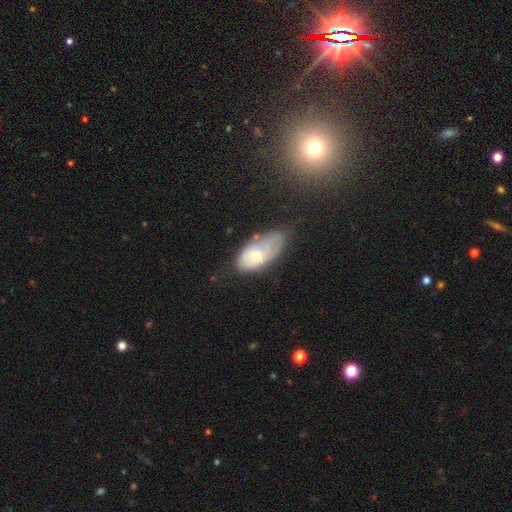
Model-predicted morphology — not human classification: The model was most divided on "smooth or featured": smooth: 48%, featured or disk: 44%, star or artifact: 7%. Remaining: merging — none (44%).